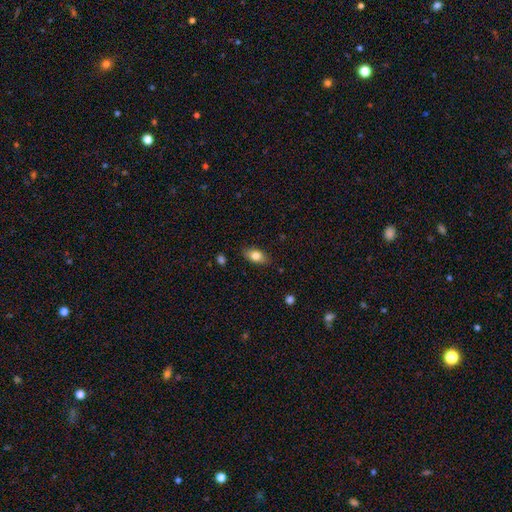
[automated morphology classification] A smooth galaxy with no disk features (80%) that is in between round and cigar-shaped (88%). Merging: none (84%).